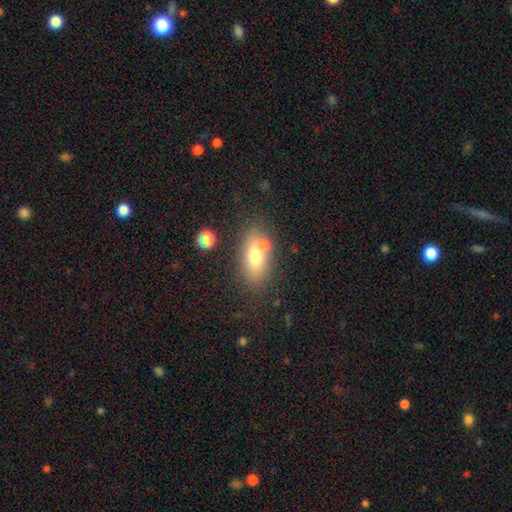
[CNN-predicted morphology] Q: Smooth or featured?
A: smooth (66%); runner-up: featured or disk (23%)
Q: How rounded?
A: in between (80%); runner-up: round (12%)
Q: Merging?
A: none (60%); runner-up: merger (22%)